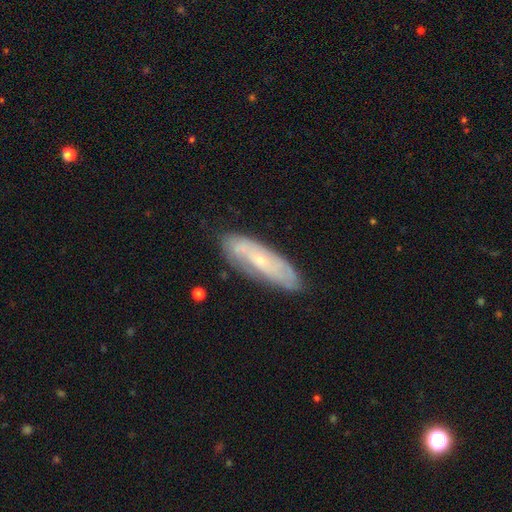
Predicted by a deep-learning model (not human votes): Smooth or featured?
  - featured or disk: 59% *
  - smooth: 32%
  - star or artifact: 9%
Edge-on disk?
  - no: 69% *
  - yes: 31%
Merging?
  - none: 80% *
  - minor disturbance: 15%
  - major disturbance: 3%
  - merger: 2%